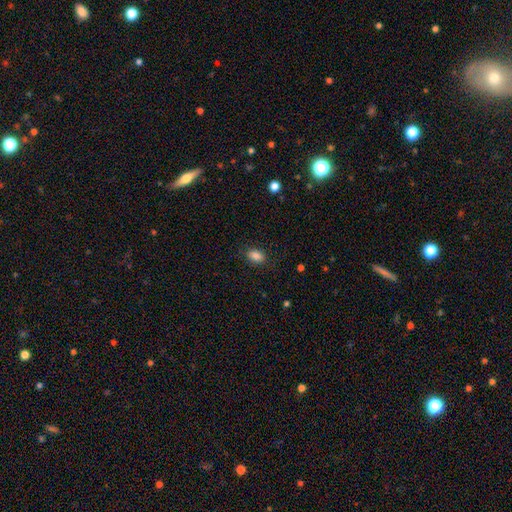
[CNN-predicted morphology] This is clearly a smooth galaxy (87%). How rounded: clearly in between (84%). Merging: clearly none (85%).